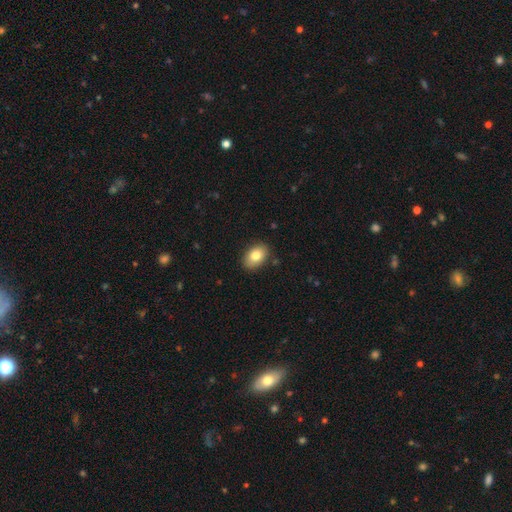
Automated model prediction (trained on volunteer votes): This appears to be a smooth galaxy with no disk features (80%) that is in between round and cigar-shaped (84%). Merging: none (87%).